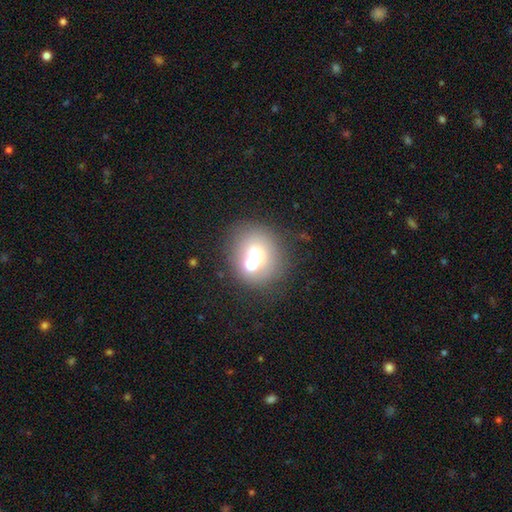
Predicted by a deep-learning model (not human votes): Smooth or featured: smooth — 62% (featured or disk — 25%)
How rounded: round — 82% (in between — 17%)
Merging: none — 47% (merger — 39%)